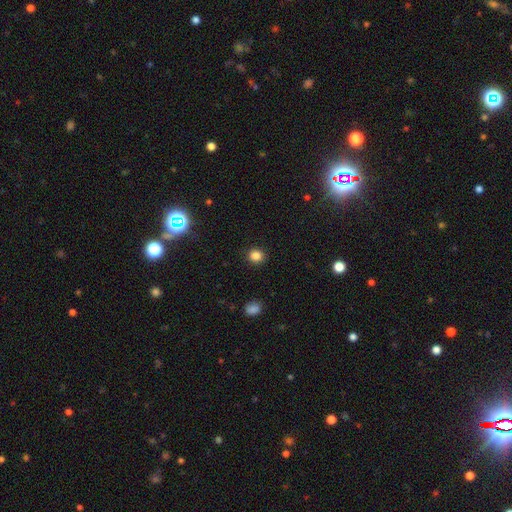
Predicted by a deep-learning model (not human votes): A smooth galaxy with no disk features (84%) that is round (82%).

Vote fractions:
- Smooth or featured? smooth: 84% / star or artifact: 13% / featured or disk: 4%
- How rounded? round: 82% / in between: 17% / cigar-shaped: 1%
- Merging? none: 90% / minor disturbance: 6% / major disturbance: 2% / merger: 1%